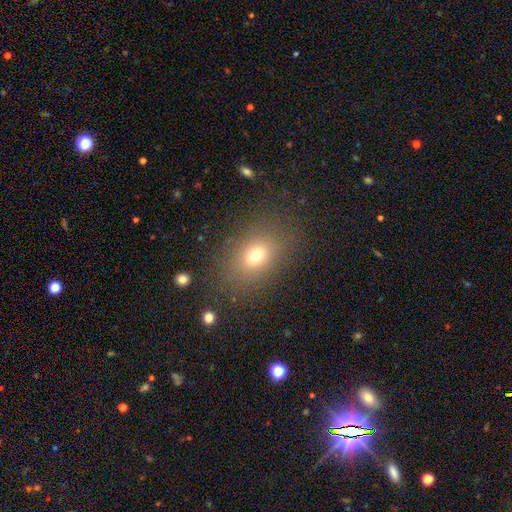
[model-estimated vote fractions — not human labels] Smooth or featured: smooth — 70% (star or artifact — 17%)
How rounded: in between — 64% (round — 34%)
Merging: none — 81% (minor disturbance — 11%)